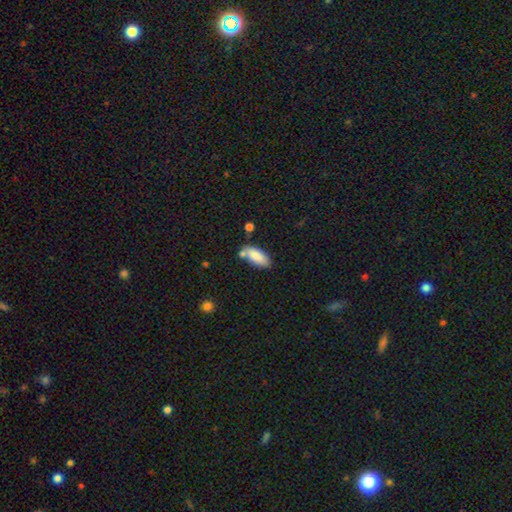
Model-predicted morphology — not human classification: Smooth or featured: smooth — 86% (featured or disk — 7%)
How rounded: in between — 84% (cigar-shaped — 14%)
Merging: none — 65% (minor disturbance — 18%)